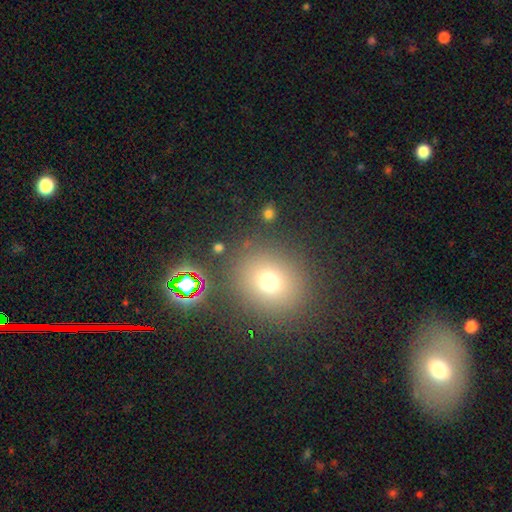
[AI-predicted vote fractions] A smooth galaxy with no disk features (57%) that is round (78%).

Vote fractions:
- Smooth or featured? smooth: 57% / star or artifact: 32% / featured or disk: 11%
- How rounded? round: 78% / in between: 21% / cigar-shaped: 1%
- Merging? none: 84% / minor disturbance: 7% / merger: 5% / major disturbance: 3%